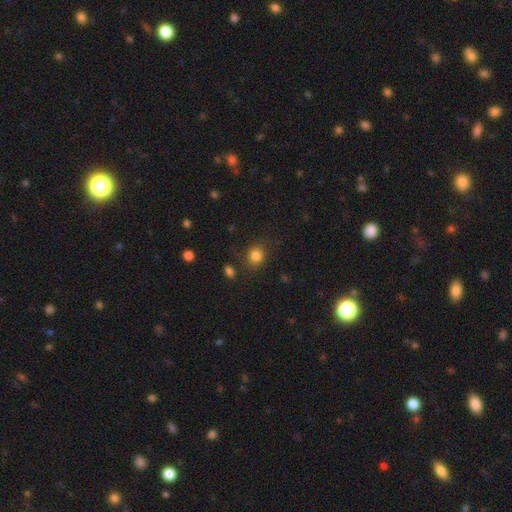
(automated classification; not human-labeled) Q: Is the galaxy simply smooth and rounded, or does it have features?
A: smooth — 82%.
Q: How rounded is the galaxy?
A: round — 76%.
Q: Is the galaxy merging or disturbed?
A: none — 78%.